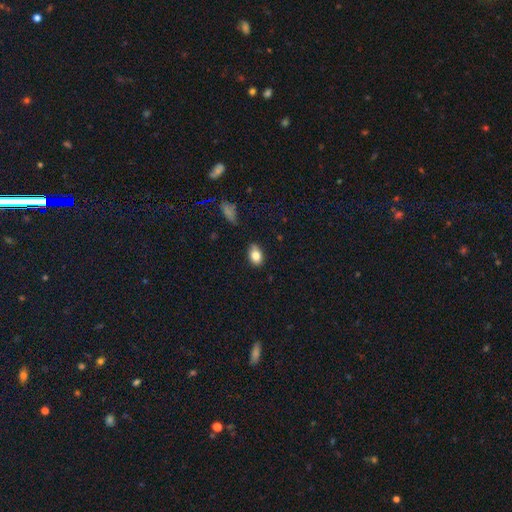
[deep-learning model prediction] This appears to be a smooth galaxy with no disk features (81%) that is in between round and cigar-shaped (84%). Merging: none (78%).